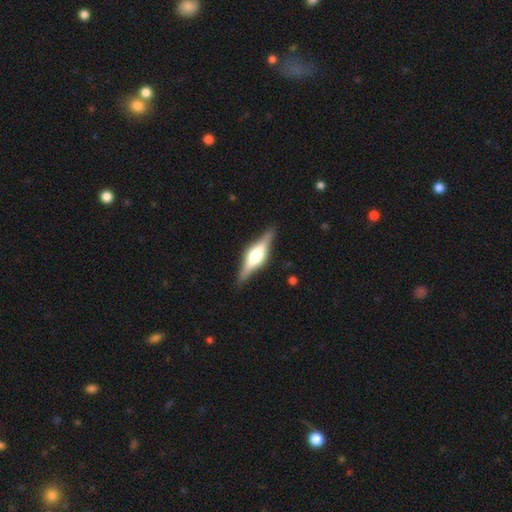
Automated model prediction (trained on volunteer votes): smooth_or_featured: featured or disk (p=0.77) [alt: smooth p=0.17]
disk_edge_on: yes (p=0.97) [alt: no p=0.03]
edge_on_bulge: rounded (p=0.82) [alt: boxy p=0.15]
merging: none (p=0.88) [alt: minor disturbance p=0.09]